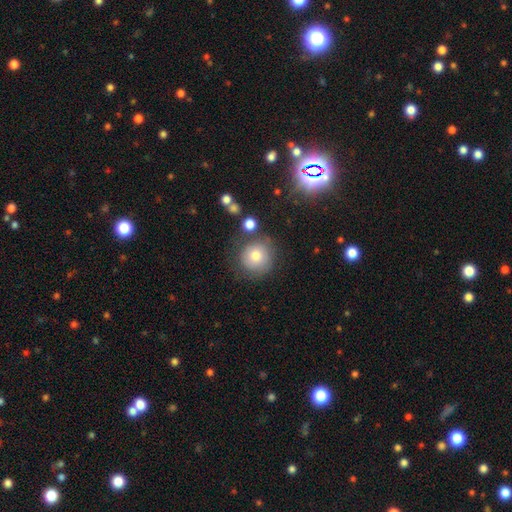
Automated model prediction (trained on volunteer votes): Morphology: type=smooth (78%); roundness=round (92%); merging=none (72%).